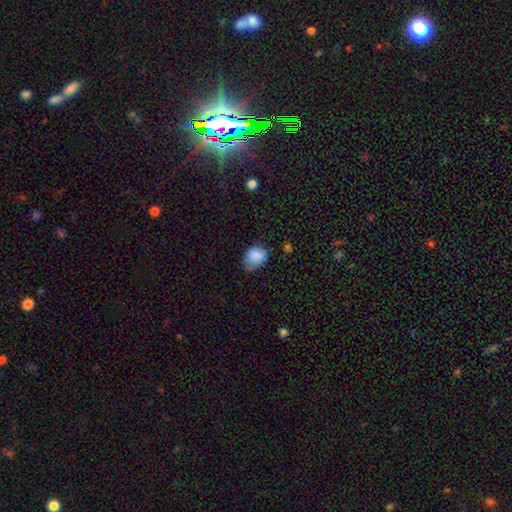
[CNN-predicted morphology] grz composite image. It shows a smooth galaxy with no disk features (85%) that is in between round and cigar-shaped (53%). Merging: none (47%).